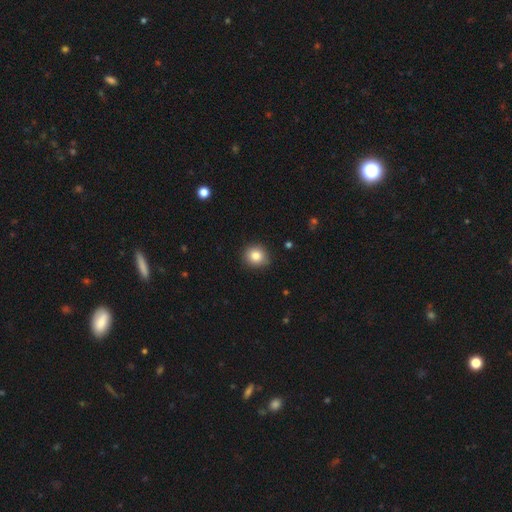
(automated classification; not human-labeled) Overall: smooth (84%). How rounded: round (84%). Merging: none (85%).